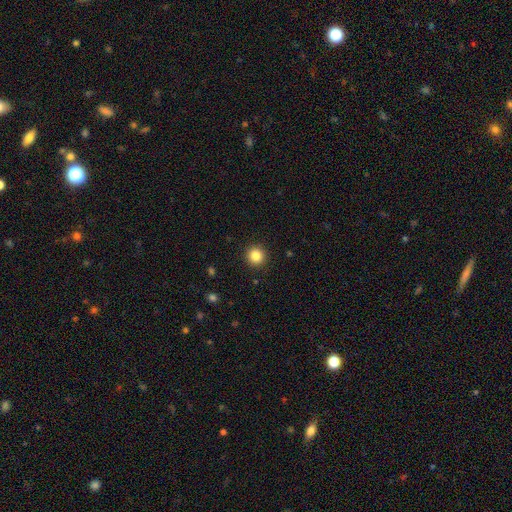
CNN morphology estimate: type=smooth (85%); roundness=round (95%); merging=none (92%).